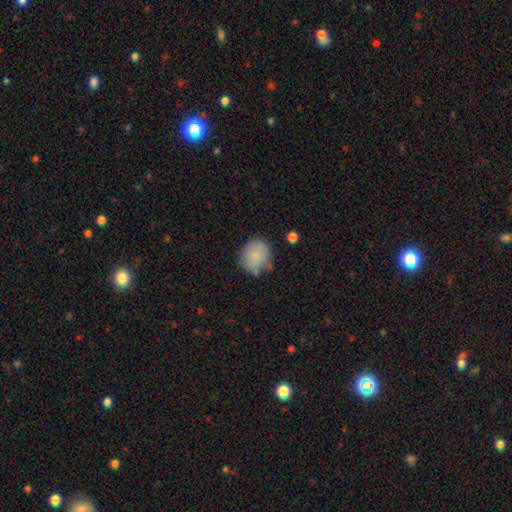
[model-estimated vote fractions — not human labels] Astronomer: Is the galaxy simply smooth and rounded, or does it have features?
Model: smooth — 82%.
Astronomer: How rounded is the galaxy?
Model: round — 80%.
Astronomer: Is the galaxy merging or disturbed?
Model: none — 64%.